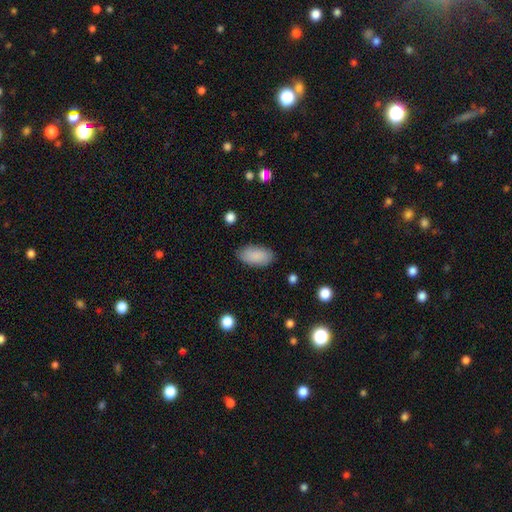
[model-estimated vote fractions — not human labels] smooth 89%, star or artifact 6%, featured or disk 5%. Down the decision tree: how rounded — in between (94%); merging — none (86%).